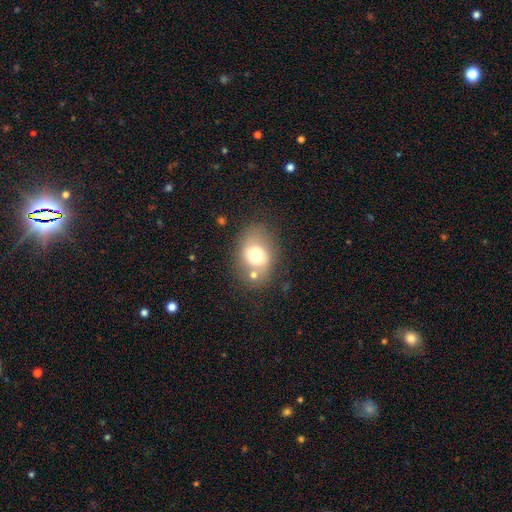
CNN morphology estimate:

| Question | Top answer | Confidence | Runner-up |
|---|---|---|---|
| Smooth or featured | smooth | 66% | featured or disk (24%) |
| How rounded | in between | 69% | round (30%) |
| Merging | none | 63% | minor disturbance (17%) |